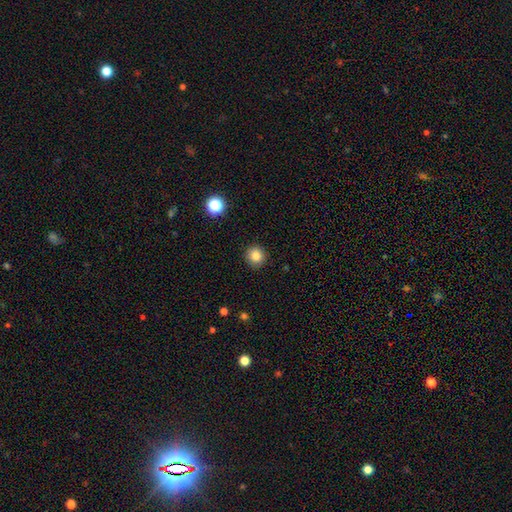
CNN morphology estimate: A smooth galaxy with no disk features (83%) that is round (92%).

Vote fractions:
- Smooth or featured? smooth: 83% / star or artifact: 11% / featured or disk: 6%
- How rounded? round: 92% / in between: 7% / cigar-shaped: 1%
- Merging? none: 91% / minor disturbance: 6% / major disturbance: 2% / merger: 1%